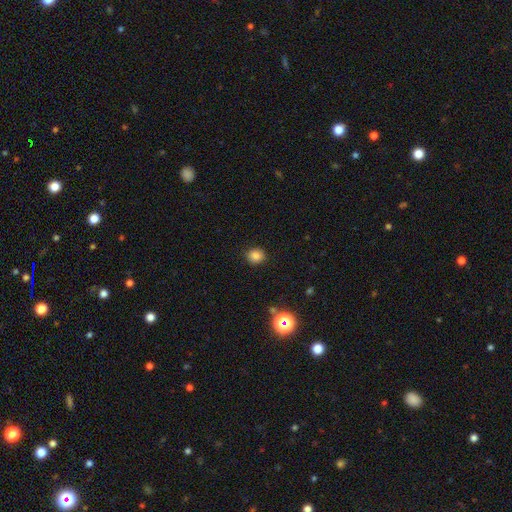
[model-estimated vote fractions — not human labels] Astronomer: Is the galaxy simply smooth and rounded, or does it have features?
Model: smooth — 83%.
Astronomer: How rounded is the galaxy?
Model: round — 81%.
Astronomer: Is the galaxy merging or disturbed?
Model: none — 89%.